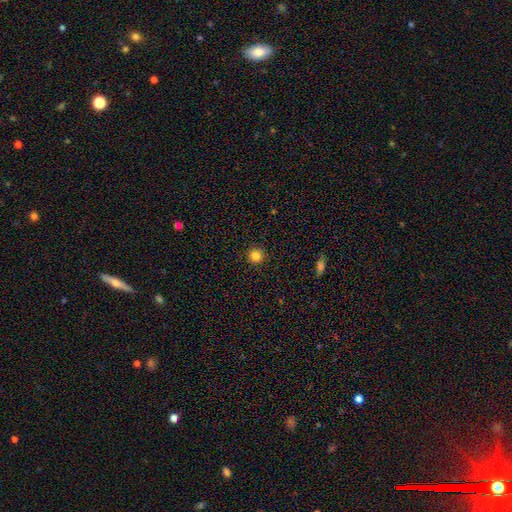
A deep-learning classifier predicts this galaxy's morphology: The model was most divided on "smooth or featured": smooth: 83%, star or artifact: 12%, featured or disk: 5%. More confident: how rounded — round (95%); merging — none (93%).